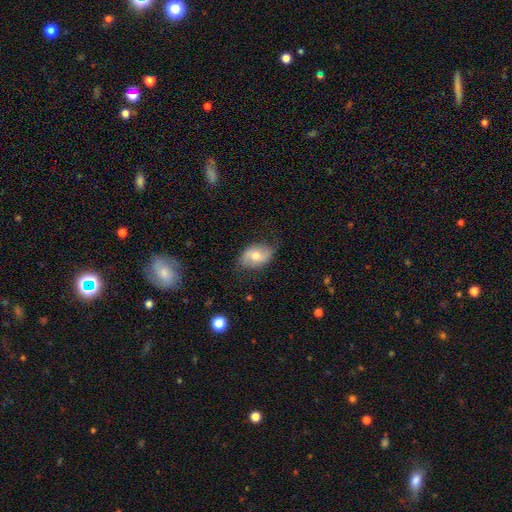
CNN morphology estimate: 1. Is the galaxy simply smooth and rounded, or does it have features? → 50% smooth, 43% featured or disk, 7% star or artifact.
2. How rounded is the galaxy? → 84% in between, 15% round, 2% cigar-shaped.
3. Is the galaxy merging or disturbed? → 72% none, 21% minor disturbance, 5% major disturbance, 1% merger.